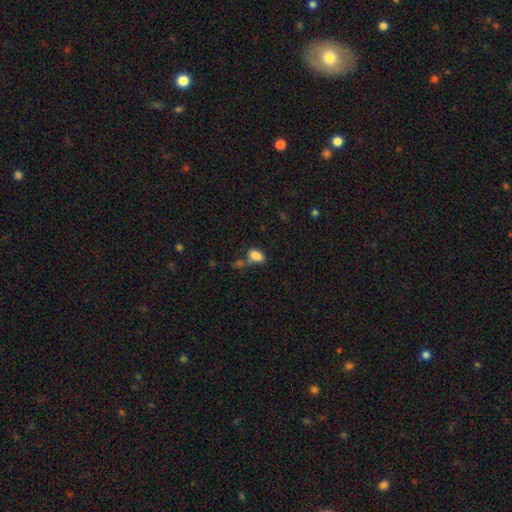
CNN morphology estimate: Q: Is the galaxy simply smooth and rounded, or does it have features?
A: smooth — 85%.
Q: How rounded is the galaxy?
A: in between — 90%.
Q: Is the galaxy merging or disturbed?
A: none — 58%.